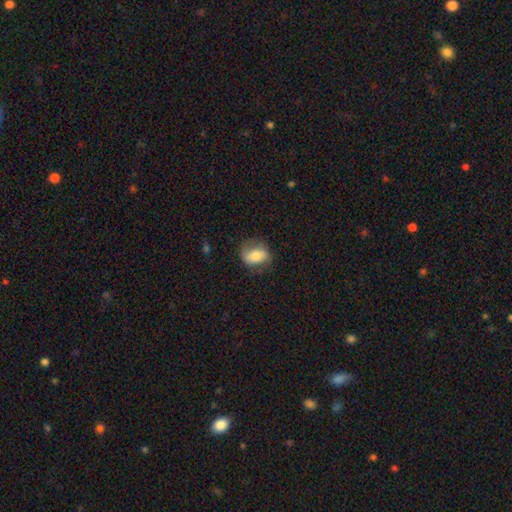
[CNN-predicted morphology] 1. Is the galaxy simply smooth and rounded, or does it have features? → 67% smooth, 25% featured or disk, 7% star or artifact.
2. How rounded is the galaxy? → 72% in between, 26% round, 2% cigar-shaped.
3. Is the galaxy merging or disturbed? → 71% none, 20% minor disturbance, 8% major disturbance, 1% merger.